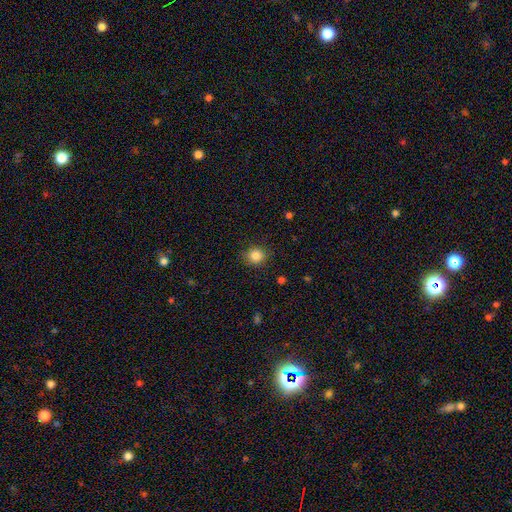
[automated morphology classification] Smooth or featured? smooth (85%)
How rounded? round (84%)
Merging? none (88%)